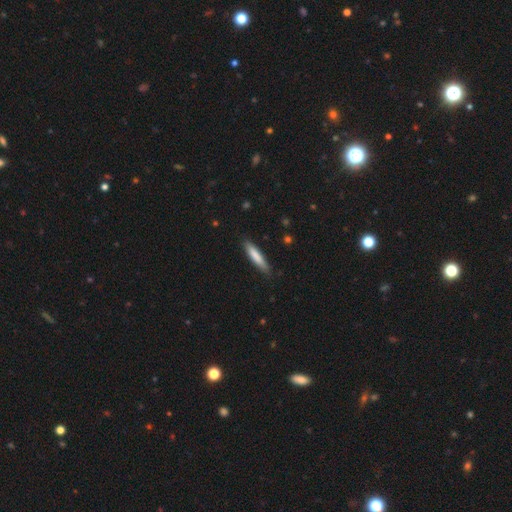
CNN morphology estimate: This is likely a smooth galaxy (79%). How rounded: clearly cigar-shaped (86%). Merging: clearly none (85%).